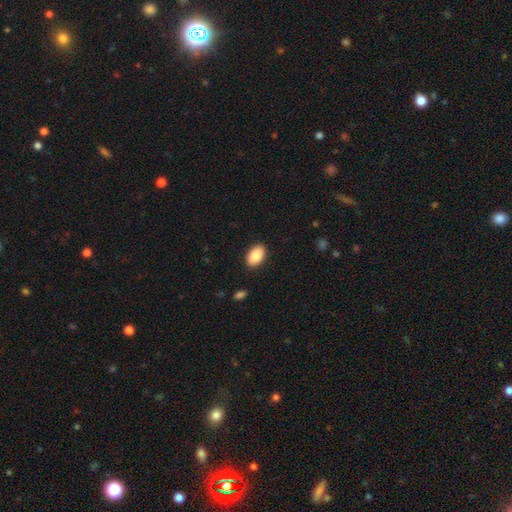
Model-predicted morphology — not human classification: A smooth galaxy with no disk features (89%) that is in between round and cigar-shaped (91%).

Vote fractions:
- Smooth or featured? smooth: 89% / star or artifact: 7% / featured or disk: 5%
- How rounded? in between: 91% / round: 8% / cigar-shaped: 1%
- Merging? none: 88% / minor disturbance: 8% / major disturbance: 2% / merger: 1%